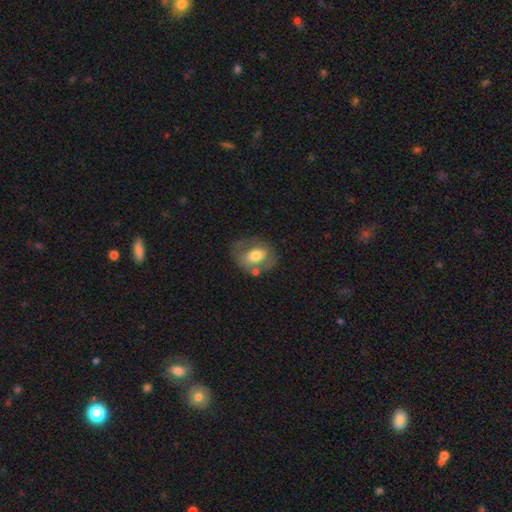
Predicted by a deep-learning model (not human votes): smooth_or_featured: smooth (p=0.53) [alt: featured or disk p=0.40]
how_rounded: in between (p=0.60) [alt: round p=0.38]
merging: none (p=0.57) [alt: minor disturbance p=0.22]